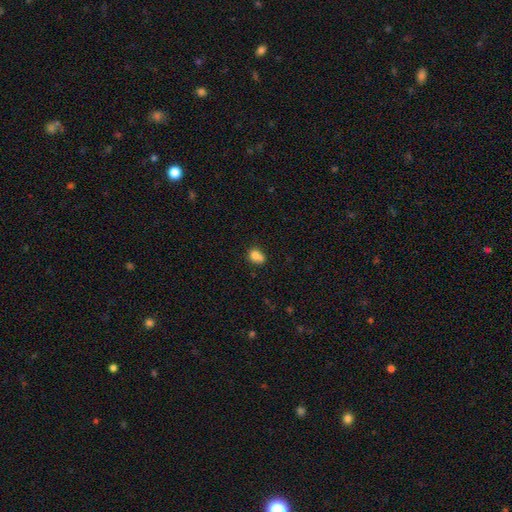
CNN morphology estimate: This is likely a smooth galaxy (76%). How rounded: possibly round (56%). Merging: marginally none (38%, tied with merger).